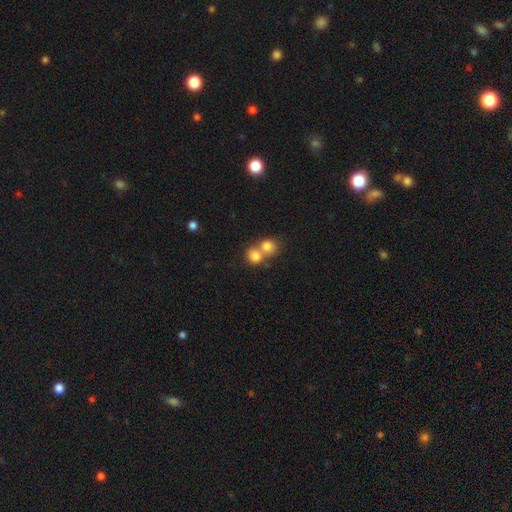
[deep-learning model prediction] A smooth galaxy with no disk features (80%) that is round (80%). Merging: merger (59%).